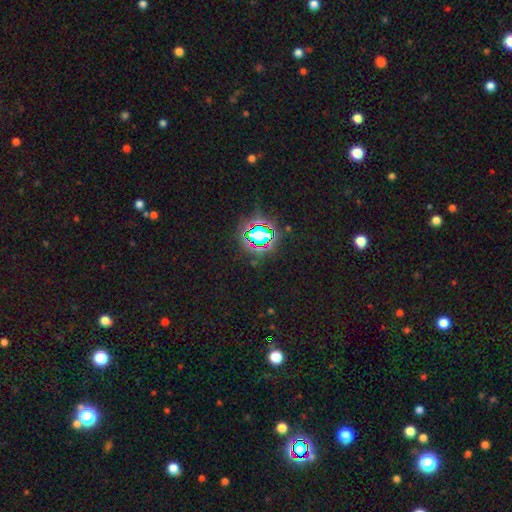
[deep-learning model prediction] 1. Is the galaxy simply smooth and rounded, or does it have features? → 79% star or artifact, 14% smooth, 8% featured or disk.